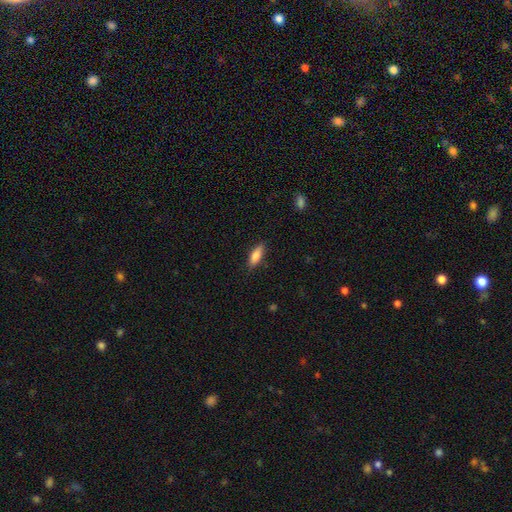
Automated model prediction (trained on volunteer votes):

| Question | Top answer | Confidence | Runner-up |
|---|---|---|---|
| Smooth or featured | smooth | 81% | featured or disk (13%) |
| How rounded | in between | 66% | cigar-shaped (32%) |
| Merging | none | 85% | minor disturbance (11%) |